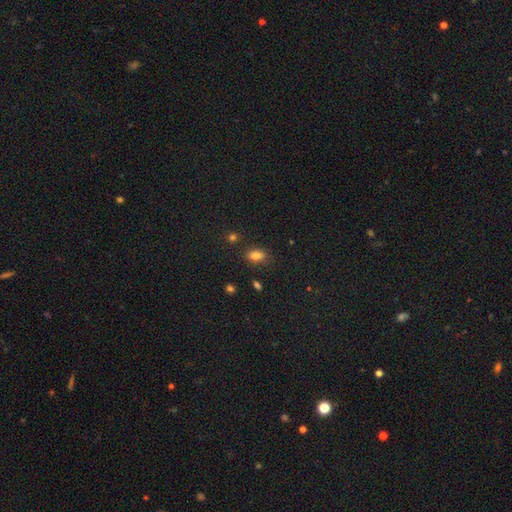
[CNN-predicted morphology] A smooth galaxy with no disk features (77%) that is in between round and cigar-shaped (80%).

Vote fractions:
- Smooth or featured? smooth: 77% / star or artifact: 14% / featured or disk: 9%
- How rounded? in between: 80% / round: 15% / cigar-shaped: 6%
- Merging? none: 78% / minor disturbance: 15% / merger: 4% / major disturbance: 4%